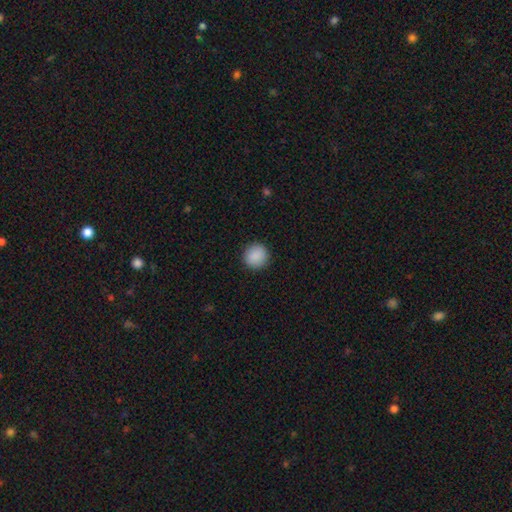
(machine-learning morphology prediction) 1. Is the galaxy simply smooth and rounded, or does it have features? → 90% smooth, 8% star or artifact, 3% featured or disk.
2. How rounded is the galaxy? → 92% round, 7% in between, 1% cigar-shaped.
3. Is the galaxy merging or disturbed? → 92% none, 6% minor disturbance, 2% major disturbance, 1% merger.